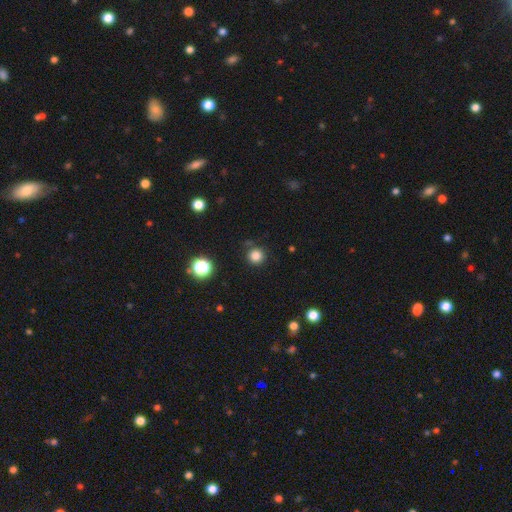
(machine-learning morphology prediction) This is clearly a smooth galaxy (82%). How rounded: clearly round (95%). Merging: clearly none (85%).